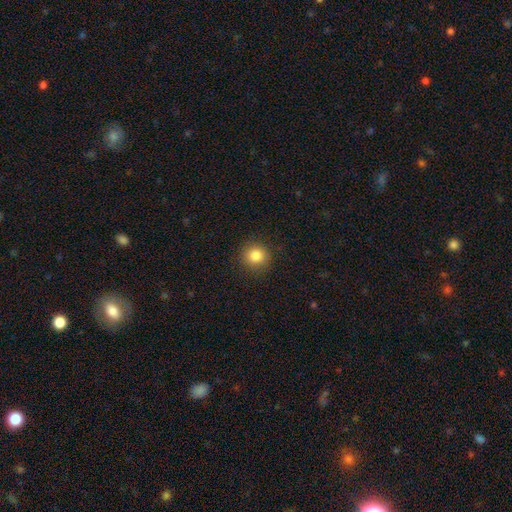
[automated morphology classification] Q: Smooth or featured?
A: smooth (85%); runner-up: star or artifact (10%)
Q: How rounded?
A: round (91%); runner-up: in between (8%)
Q: Merging?
A: none (90%); runner-up: minor disturbance (7%)